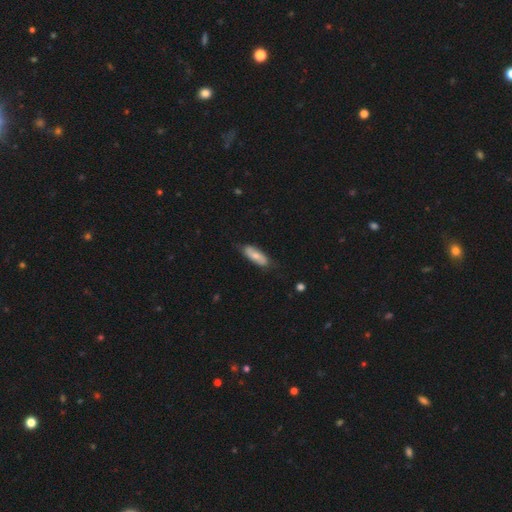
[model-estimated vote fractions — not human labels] This appears to be a smooth galaxy with no disk features (59%) that is in between round and cigar-shaped (70%). Merging: none (74%).